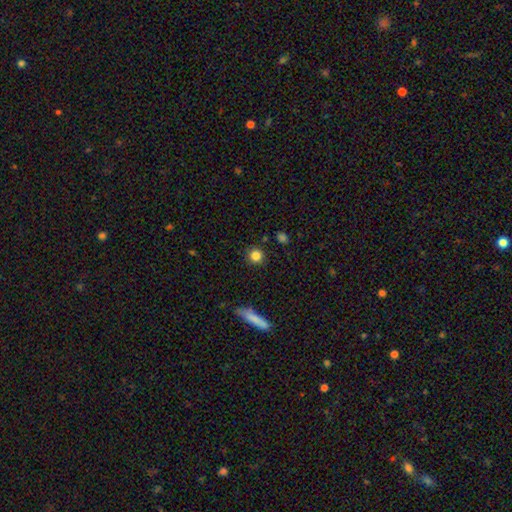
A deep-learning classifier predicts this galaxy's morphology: A smooth galaxy with no disk features (84%) that is round (92%).

Vote fractions:
- Smooth or featured? smooth: 84% / star or artifact: 10% / featured or disk: 5%
- How rounded? round: 92% / in between: 6% / cigar-shaped: 1%
- Merging? none: 89% / minor disturbance: 7% / major disturbance: 2% / merger: 2%